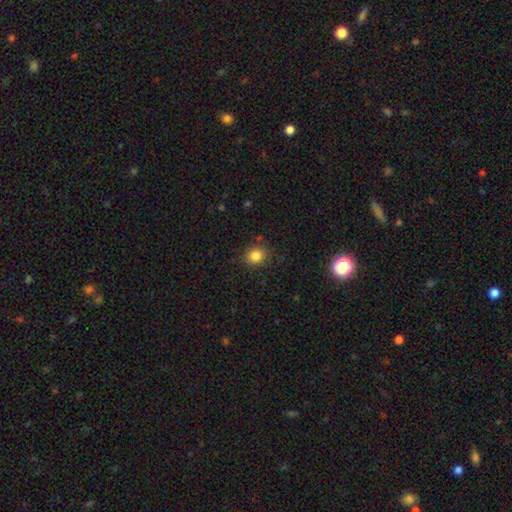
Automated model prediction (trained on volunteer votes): A smooth galaxy with no disk features (83%) that is round (73%). Merging: none (86%).